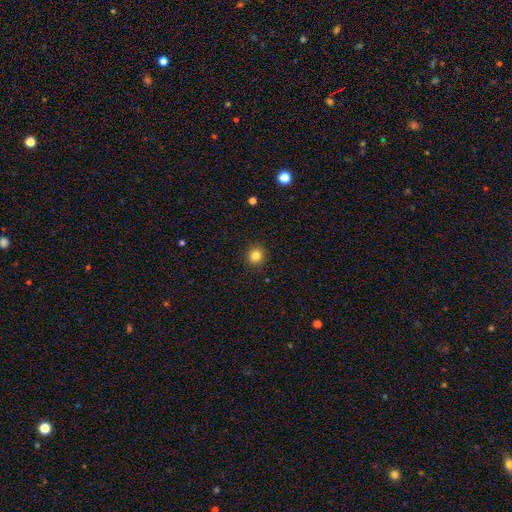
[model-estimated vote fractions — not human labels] Smooth or featured? Predicted: smooth (p=0.83). How rounded? Predicted: round (p=0.90). Merging? Predicted: none (p=0.91).